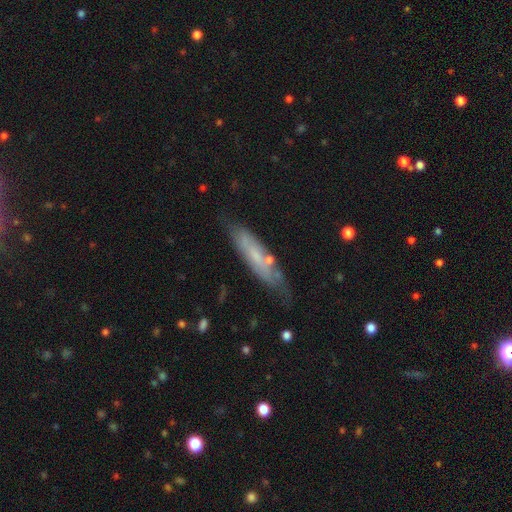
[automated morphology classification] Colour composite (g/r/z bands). It shows a smooth galaxy with no disk features (48%). Merging: none (67%).